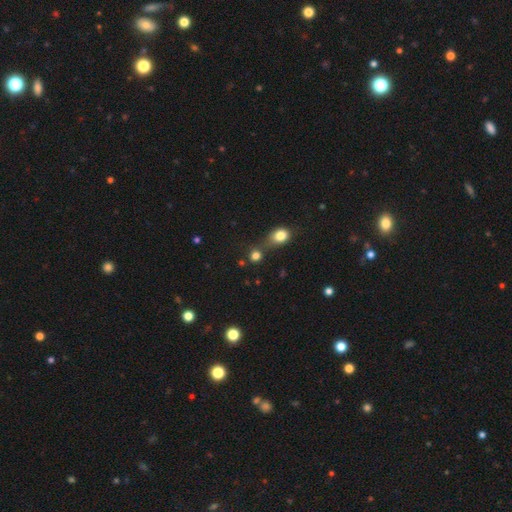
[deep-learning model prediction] smooth 79%, star or artifact 15%, featured or disk 6%. Down the decision tree: how rounded — round (85%); merging — none (54%).